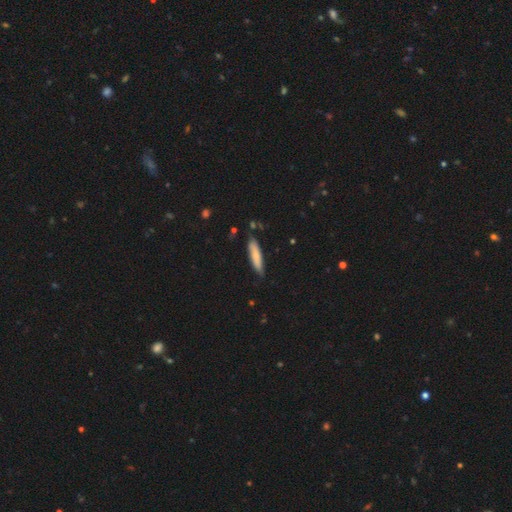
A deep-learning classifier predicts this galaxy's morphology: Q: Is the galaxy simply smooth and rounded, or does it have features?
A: smooth — 76%.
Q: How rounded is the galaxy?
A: cigar-shaped — 81%.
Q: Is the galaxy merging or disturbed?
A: none — 78%.